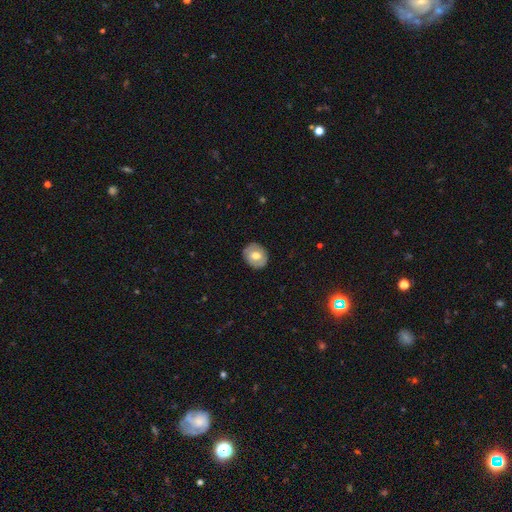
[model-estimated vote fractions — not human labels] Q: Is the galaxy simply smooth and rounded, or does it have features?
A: smooth — 58%.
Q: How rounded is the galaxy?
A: round — 72%.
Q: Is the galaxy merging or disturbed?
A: none — 86%.